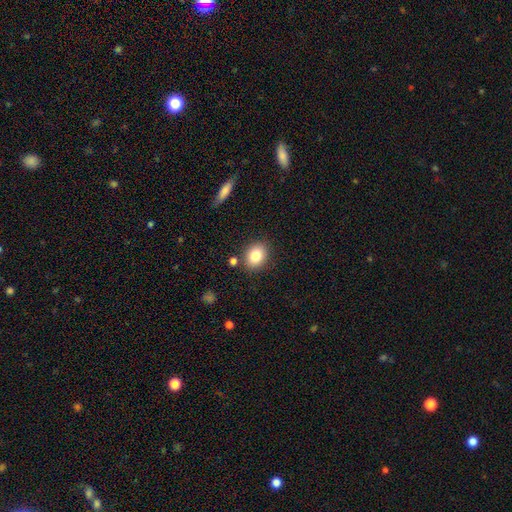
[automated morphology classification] This is clearly a smooth galaxy (82%). How rounded: possibly in between (50%). Merging: clearly none (83%).